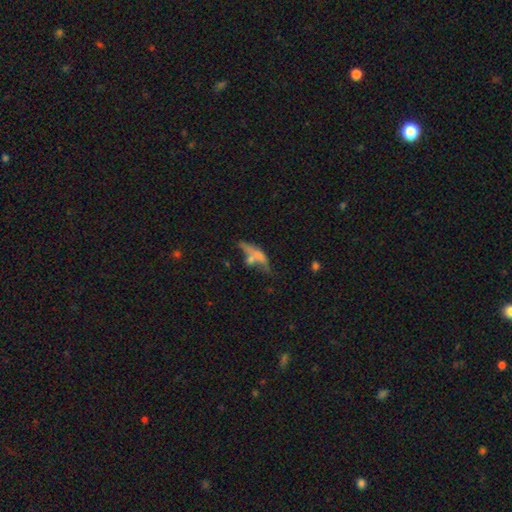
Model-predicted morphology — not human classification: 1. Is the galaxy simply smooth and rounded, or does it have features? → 53% smooth, 37% featured or disk, 11% star or artifact.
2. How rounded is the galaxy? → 60% cigar-shaped, 35% in between, 5% round.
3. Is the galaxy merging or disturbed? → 35% none, 33% merger, 18% minor disturbance, 14% major disturbance.